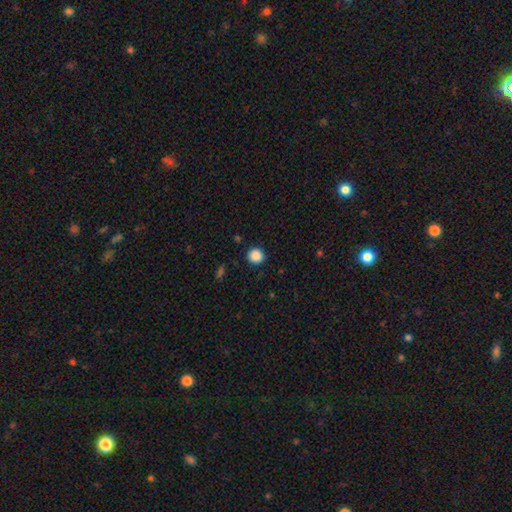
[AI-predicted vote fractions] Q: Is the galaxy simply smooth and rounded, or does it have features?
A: smooth — 88%.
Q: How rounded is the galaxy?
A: round — 92%.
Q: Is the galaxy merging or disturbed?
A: none — 90%.